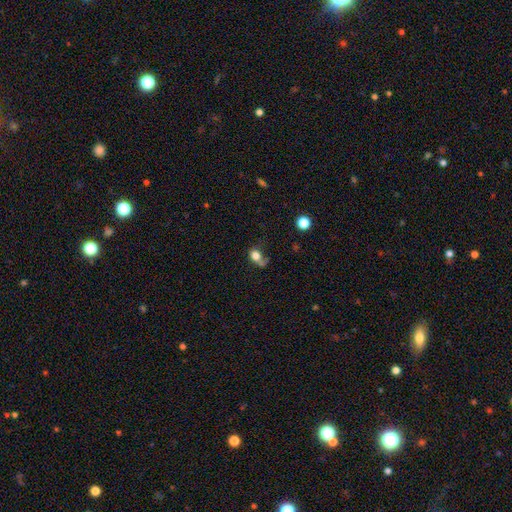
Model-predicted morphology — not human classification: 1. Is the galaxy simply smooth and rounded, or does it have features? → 75% smooth, 14% featured or disk, 11% star or artifact.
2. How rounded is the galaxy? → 52% round, 47% in between, 2% cigar-shaped.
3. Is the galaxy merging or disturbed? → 33% none, 27% major disturbance, 22% minor disturbance, 18% merger.